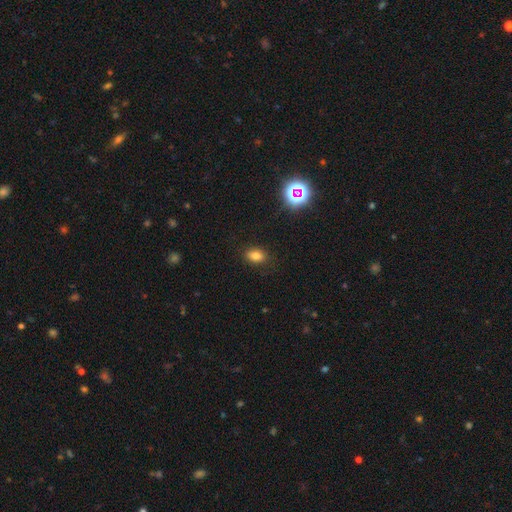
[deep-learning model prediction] This is clearly a smooth galaxy (80%). How rounded: clearly in between (83%). Merging: clearly none (85%).